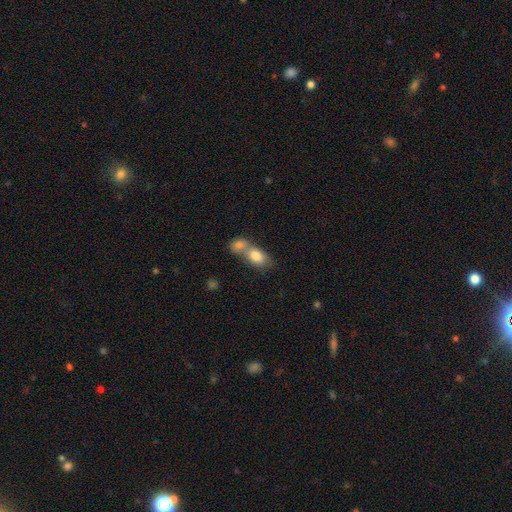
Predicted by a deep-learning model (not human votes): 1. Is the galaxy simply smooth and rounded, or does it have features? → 80% smooth, 13% featured or disk, 7% star or artifact.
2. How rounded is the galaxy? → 80% in between, 17% round, 3% cigar-shaped.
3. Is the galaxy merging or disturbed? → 64% merger, 25% none, 7% minor disturbance, 4% major disturbance.